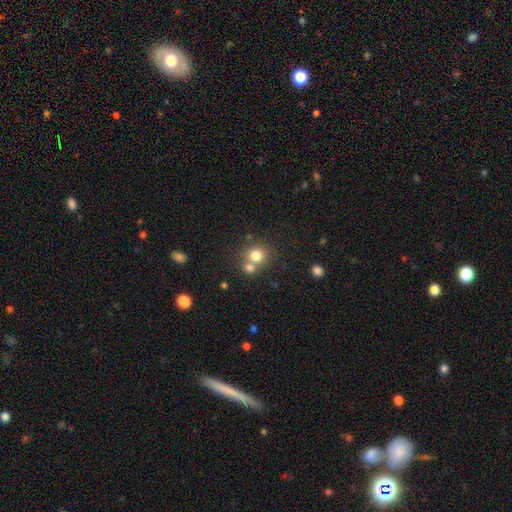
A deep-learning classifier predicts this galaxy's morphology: The model was most divided on "merging": none: 52%, merger: 38%, minor disturbance: 7%, major disturbance: 3%. More confident: how rounded — round (87%); smooth or featured — smooth (77%).